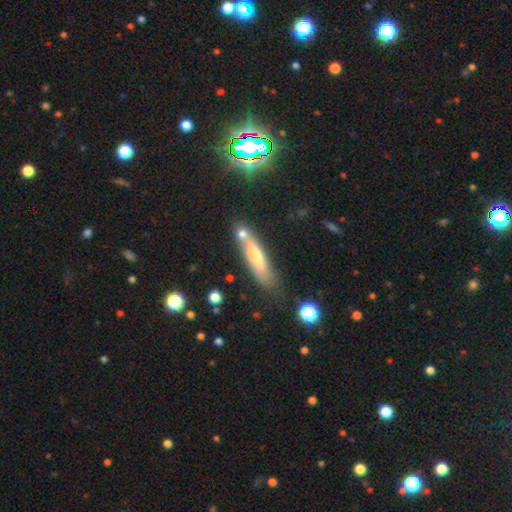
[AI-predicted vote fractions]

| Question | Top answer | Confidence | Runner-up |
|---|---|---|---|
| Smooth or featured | smooth | 44% | featured or disk (43%) |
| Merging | none | 68% | minor disturbance (15%) |